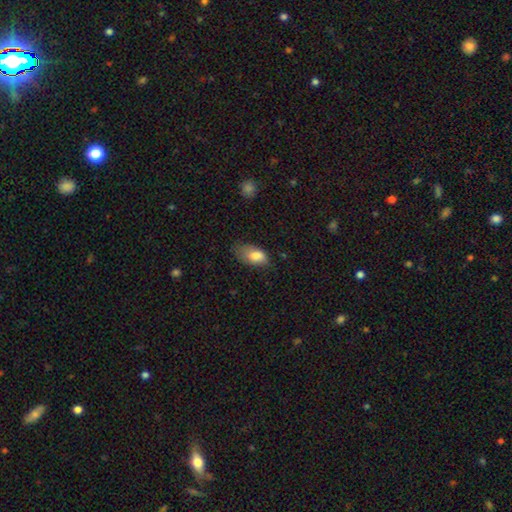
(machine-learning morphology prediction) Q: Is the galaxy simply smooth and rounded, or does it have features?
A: smooth — 81%.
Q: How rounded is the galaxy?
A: in between — 92%.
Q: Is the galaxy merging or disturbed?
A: none — 41%.